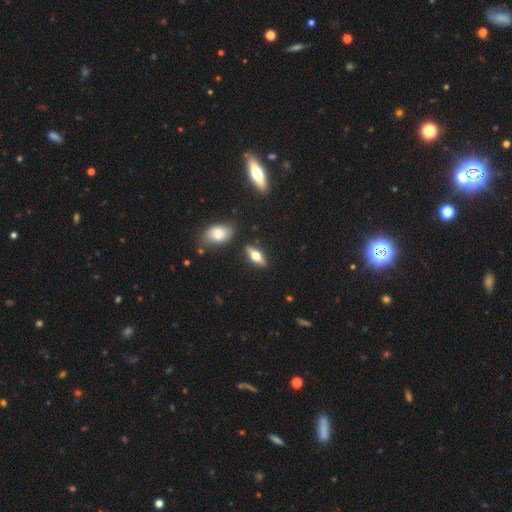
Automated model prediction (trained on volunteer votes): A featured or disk galaxy (52%) viewed edge-on (90%). Merging: none (85%).